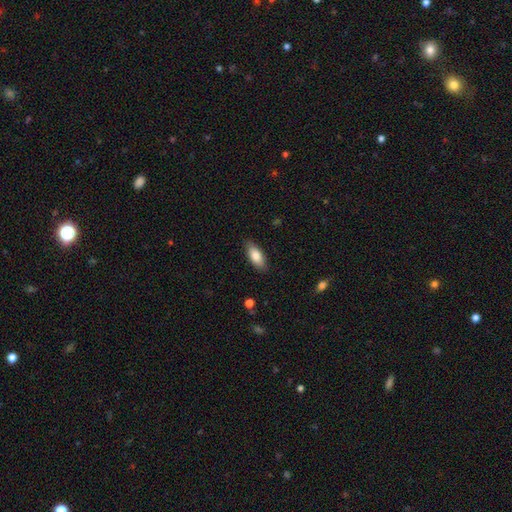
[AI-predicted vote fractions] The model was most divided on "how rounded": in between: 82%, cigar-shaped: 16%, round: 2%. More confident: merging — none (86%); smooth or featured — smooth (82%).